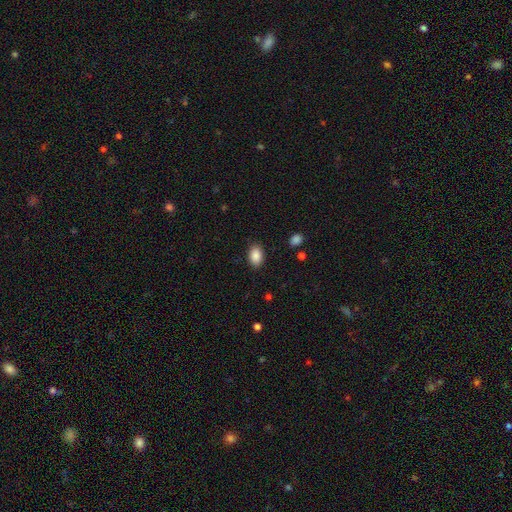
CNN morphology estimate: Smooth or featured?
  - smooth: 89% *
  - star or artifact: 8%
  - featured or disk: 4%
How rounded?
  - in between: 85% *
  - round: 14%
  - cigar-shaped: 1%
Merging?
  - none: 87% *
  - minor disturbance: 9%
  - major disturbance: 3%
  - merger: 1%